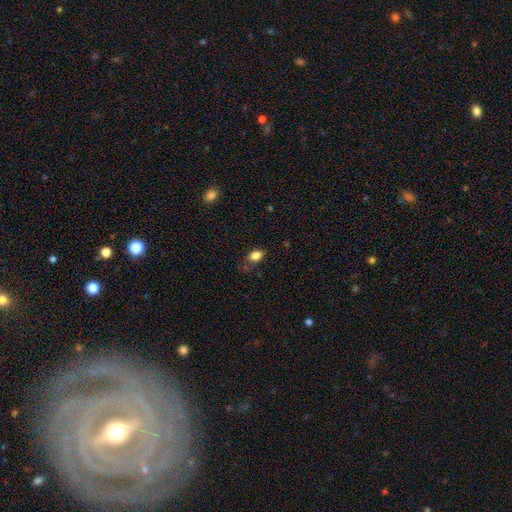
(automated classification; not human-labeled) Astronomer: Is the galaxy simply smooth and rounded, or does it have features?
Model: smooth — 84%.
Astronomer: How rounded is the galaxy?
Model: in between — 82%.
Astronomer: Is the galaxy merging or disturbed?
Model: none — 70%.